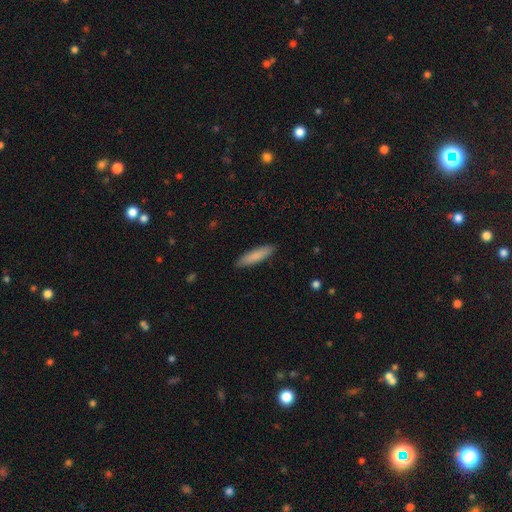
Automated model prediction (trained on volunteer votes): Overall: smooth (83%). How rounded: cigar-shaped (78%). Merging: none (90%).